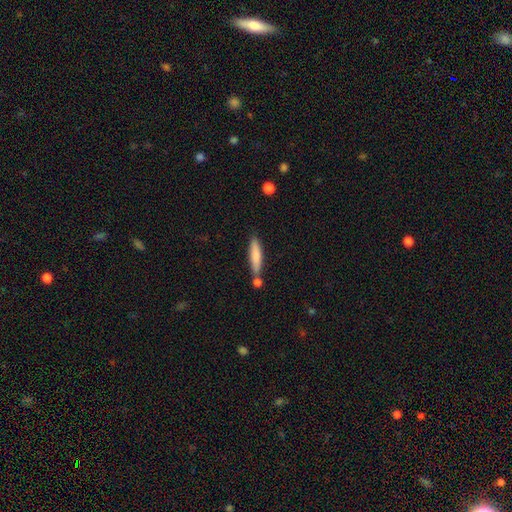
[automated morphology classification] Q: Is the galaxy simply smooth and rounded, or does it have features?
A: smooth — 79%.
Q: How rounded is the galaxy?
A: cigar-shaped — 83%.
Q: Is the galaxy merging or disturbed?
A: none — 68%.